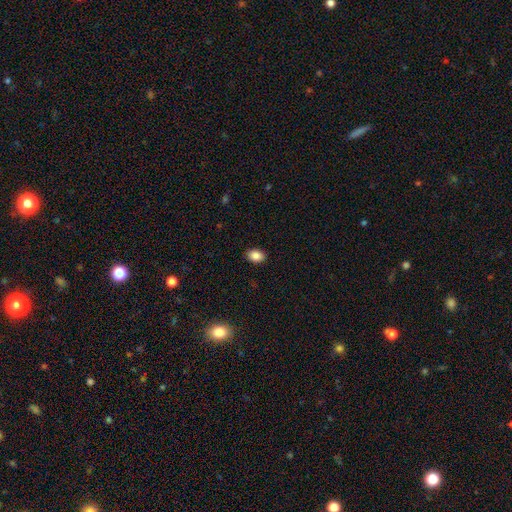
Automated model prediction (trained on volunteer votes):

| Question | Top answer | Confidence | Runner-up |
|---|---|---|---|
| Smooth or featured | smooth | 86% | star or artifact (9%) |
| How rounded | in between | 79% | round (20%) |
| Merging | none | 89% | minor disturbance (8%) |